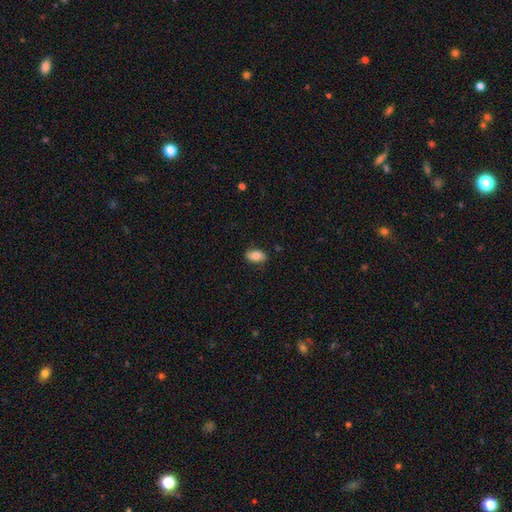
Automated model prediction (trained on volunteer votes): Overall: smooth (82%). How rounded: in between (90%). Merging: none (82%).